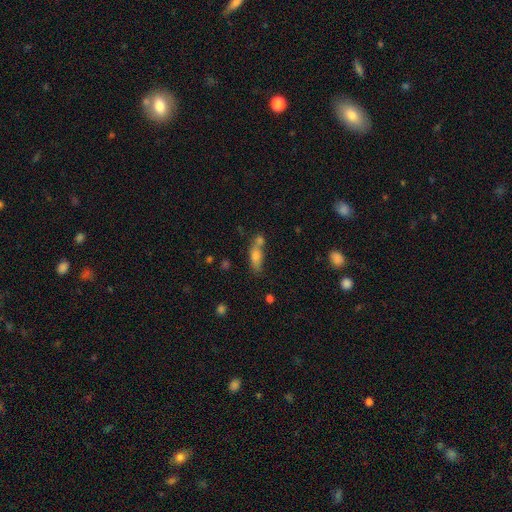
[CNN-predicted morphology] The model was most divided on "merging": merger: 43%, none: 36%, minor disturbance: 14%, major disturbance: 7%. More confident: smooth or featured — smooth (70%); how rounded — in between (61%).